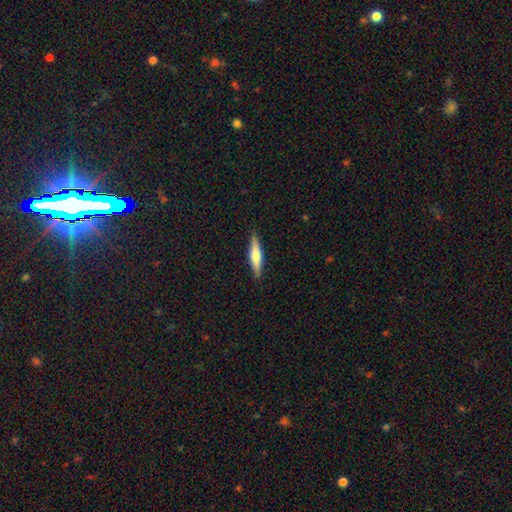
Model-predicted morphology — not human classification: Smooth or featured? Predicted: featured or disk (p=0.51). Edge-on disk? Predicted: yes (p=0.96). Merging? Predicted: none (p=0.90).